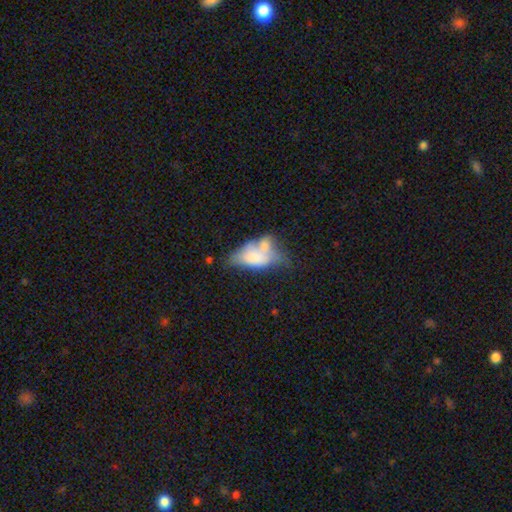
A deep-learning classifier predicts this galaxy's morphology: smooth_or_featured: smooth (p=0.62) [alt: featured or disk p=0.30]
how_rounded: in between (p=0.87) [alt: cigar-shaped p=0.07]
merging: merger (p=0.51) [alt: none p=0.18]